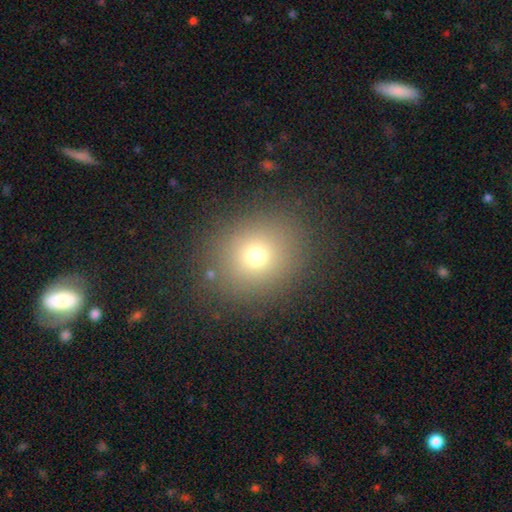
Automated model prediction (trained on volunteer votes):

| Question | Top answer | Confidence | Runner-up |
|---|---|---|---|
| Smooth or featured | smooth | 71% | star or artifact (18%) |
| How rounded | round | 80% | in between (19%) |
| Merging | none | 86% | minor disturbance (8%) |